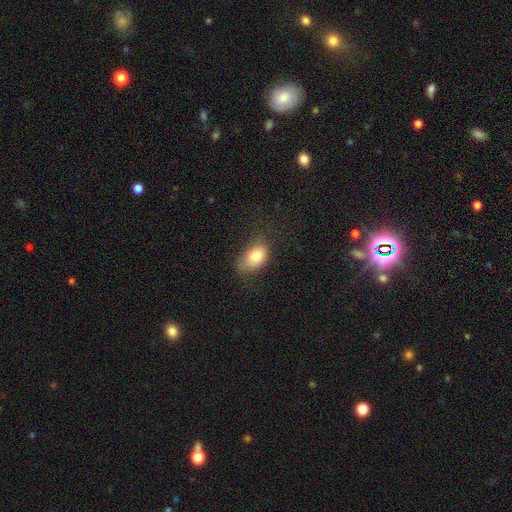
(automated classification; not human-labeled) Overall: smooth (79%). How rounded: in between (87%). Merging: none (56%; minor disturbance 30%).